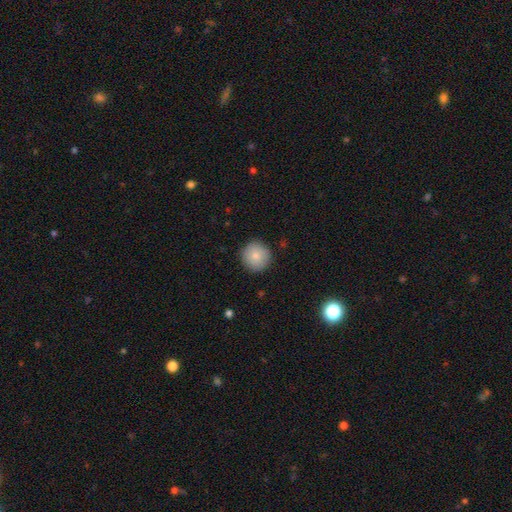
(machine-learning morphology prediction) type=smooth (84%); roundness=round (94%); merging=none (89%).